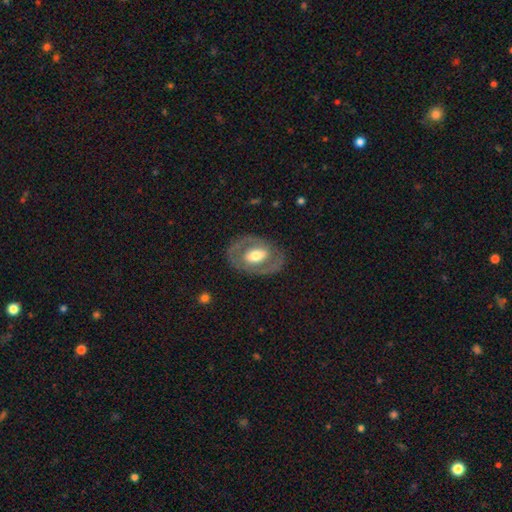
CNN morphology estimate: Smooth or featured? Predicted: featured or disk (p=0.60). Edge-on disk? Predicted: no (p=0.93). Bar? Predicted: no (p=0.48). Spiral arms? Predicted: no (p=0.69). Bulge size? Predicted: moderate (p=0.62). Merging? Predicted: none (p=0.79).